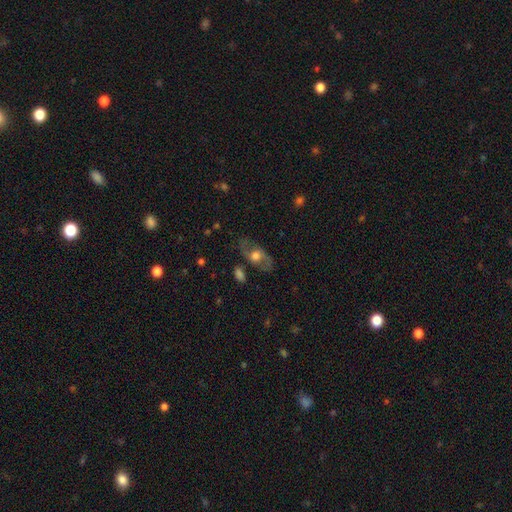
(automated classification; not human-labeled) Morphology: type=featured or disk (58%); edge-on=no (82%); merging=none (71%).